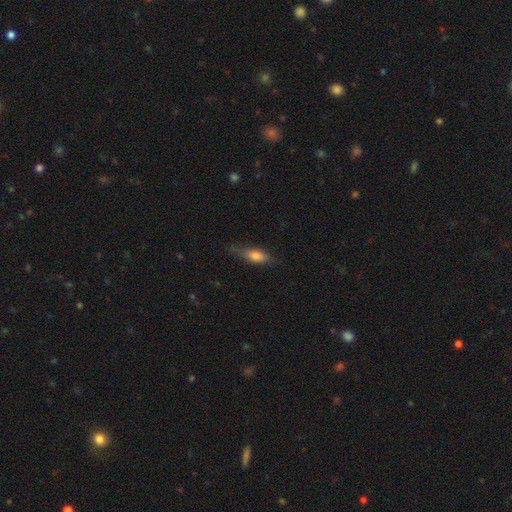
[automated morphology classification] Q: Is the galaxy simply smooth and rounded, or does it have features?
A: smooth — 68%.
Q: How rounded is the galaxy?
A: in between — 58%.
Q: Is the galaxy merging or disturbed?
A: none — 65%.